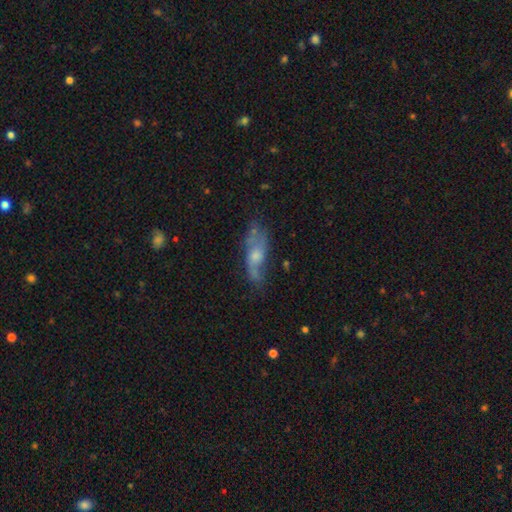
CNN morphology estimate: Smooth or featured? Predicted: featured or disk (p=0.55). Edge-on disk? Predicted: no (p=0.75). Merging? Predicted: none (p=0.55).